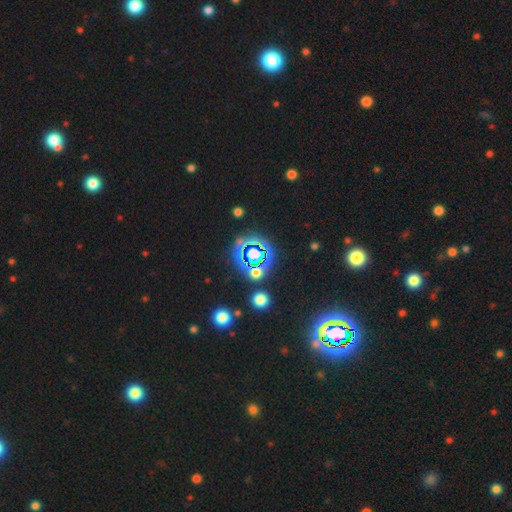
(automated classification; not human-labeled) Smooth or featured? star or artifact (81%)